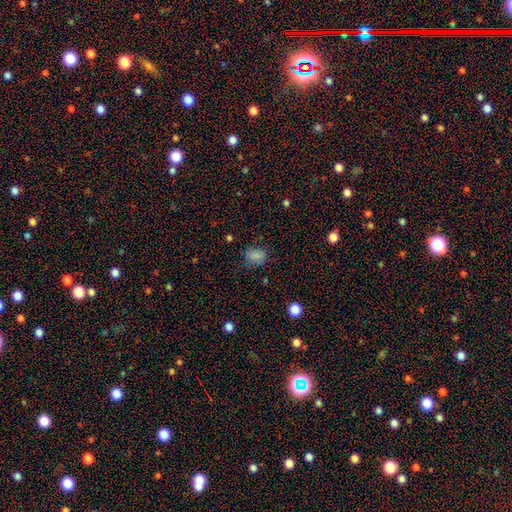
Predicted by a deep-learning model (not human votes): Q: Smooth or featured?
A: smooth (80%); runner-up: star or artifact (14%)
Q: How rounded?
A: in between (68%); runner-up: round (31%)
Q: Merging?
A: none (70%); runner-up: minor disturbance (22%)